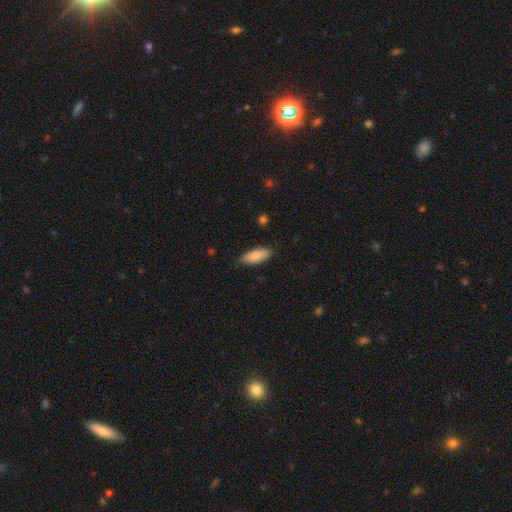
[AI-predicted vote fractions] Morphology: type=smooth (85%); roundness=in between (68%); merging=none (82%).